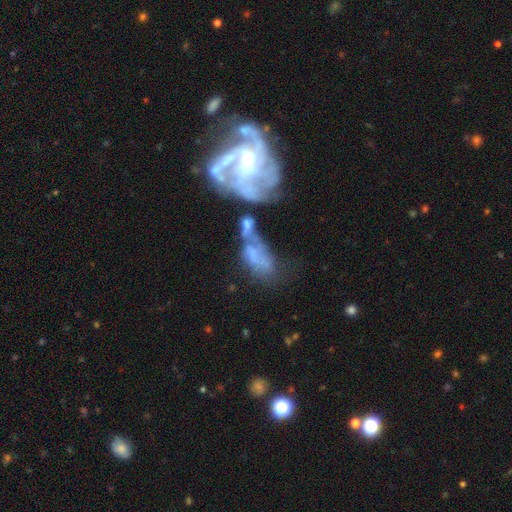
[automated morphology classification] This is possibly a featured or disk galaxy (51%). It is clearly not viewed edge-on (93%). Merging: possibly merger (49%).